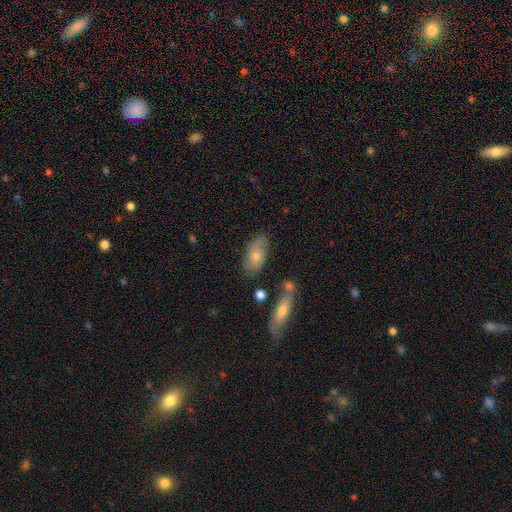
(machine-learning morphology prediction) The model was most divided on "smooth or featured": smooth: 53%, featured or disk: 38%, star or artifact: 9%. More confident: how rounded — in between (86%); merging — none (67%).